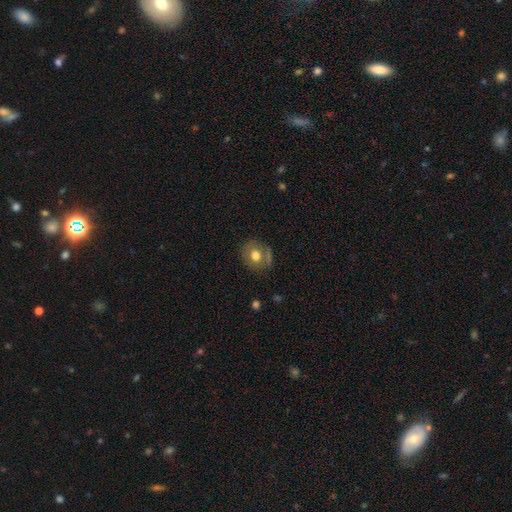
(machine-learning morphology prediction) type=smooth (68%); roundness=round (75%); merging=none (74%).